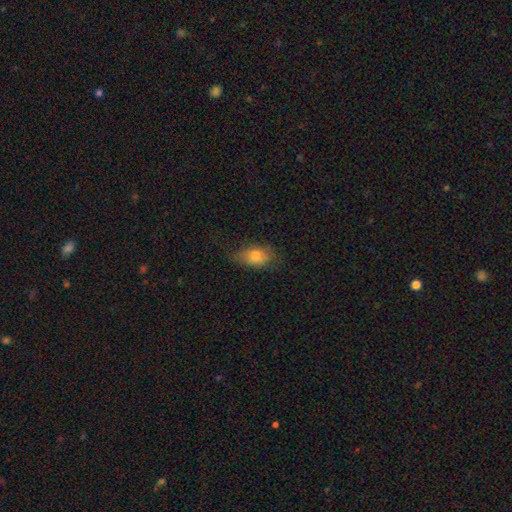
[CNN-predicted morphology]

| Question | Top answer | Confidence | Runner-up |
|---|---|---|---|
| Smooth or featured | smooth | 80% | featured or disk (12%) |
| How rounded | in between | 88% | round (9%) |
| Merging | none | 63% | minor disturbance (26%) |